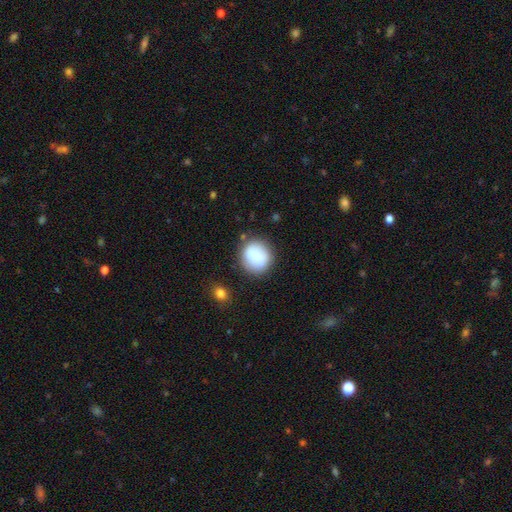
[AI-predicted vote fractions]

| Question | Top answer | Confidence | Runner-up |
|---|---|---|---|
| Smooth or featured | smooth | 84% | featured or disk (8%) |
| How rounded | round | 83% | in between (16%) |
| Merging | none | 78% | minor disturbance (14%) |